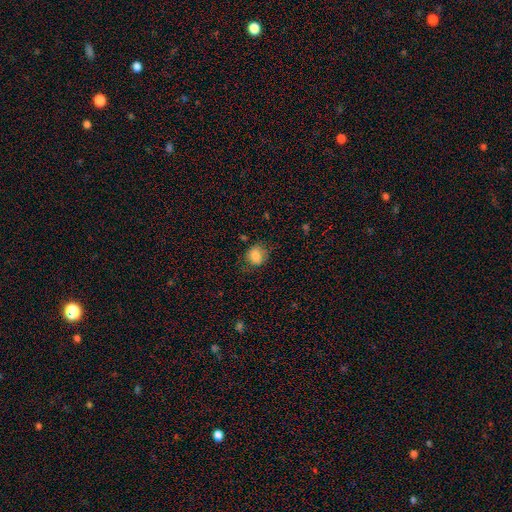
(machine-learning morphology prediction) A smooth galaxy with no disk features (82%) that is round (57%).

Vote fractions:
- Smooth or featured? smooth: 82% / star or artifact: 9% / featured or disk: 9%
- How rounded? round: 57% / in between: 42% / cigar-shaped: 1%
- Merging? none: 67% / minor disturbance: 23% / major disturbance: 9% / merger: 2%